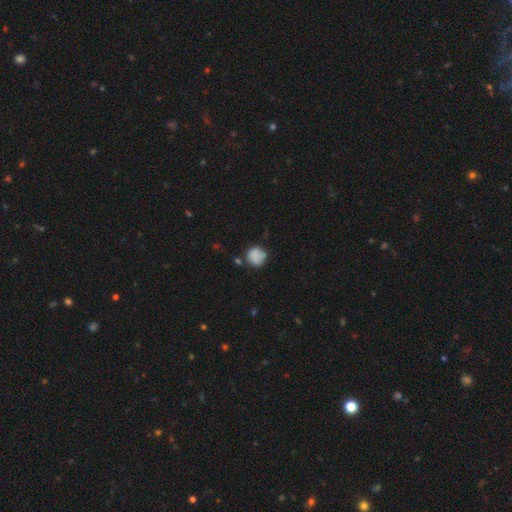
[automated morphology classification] Smooth or featured? Predicted: smooth (p=0.77). How rounded? Predicted: round (p=0.86). Merging? Predicted: none (p=0.62).